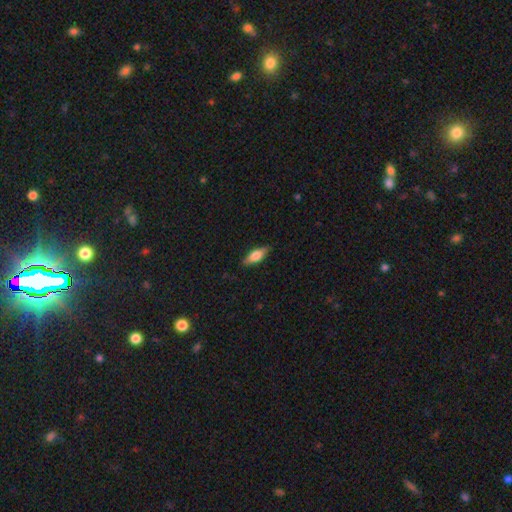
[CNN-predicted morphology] smooth 68%, featured or disk 26%, star or artifact 6%. Down the decision tree: how rounded — in between (68%); merging — none (85%).